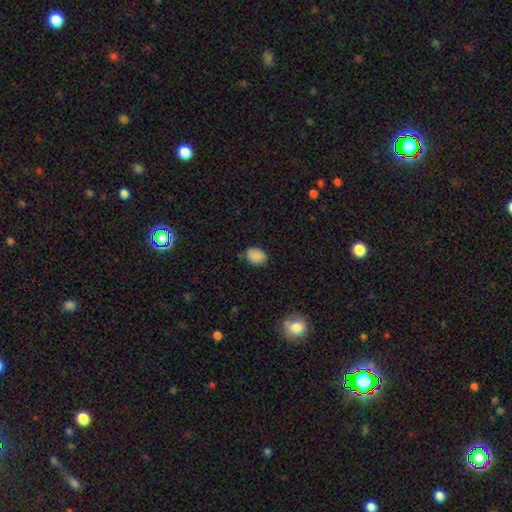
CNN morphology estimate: smooth_or_featured: smooth (p=0.87) [alt: star or artifact p=0.09]
how_rounded: in between (p=0.65) [alt: round p=0.34]
merging: none (p=0.78) [alt: minor disturbance p=0.17]